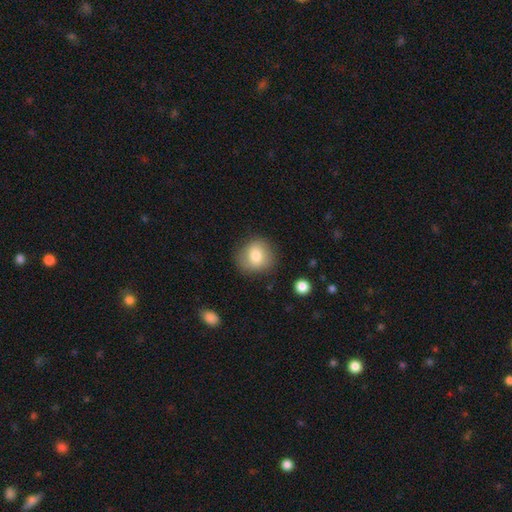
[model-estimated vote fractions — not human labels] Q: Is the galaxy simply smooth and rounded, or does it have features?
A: smooth — 79%.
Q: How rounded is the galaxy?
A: round — 82%.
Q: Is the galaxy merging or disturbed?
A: none — 80%.